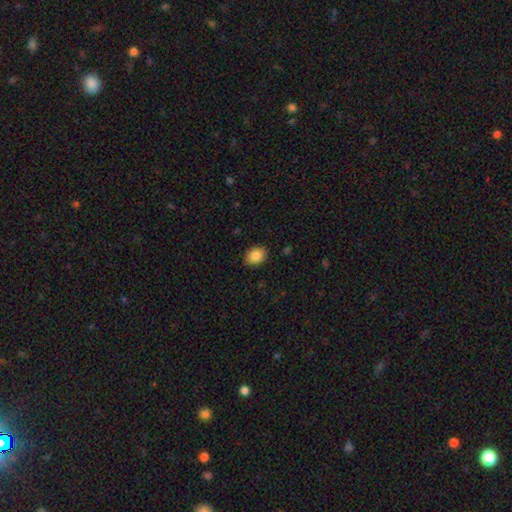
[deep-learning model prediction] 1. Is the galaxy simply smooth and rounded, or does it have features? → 86% smooth, 8% star or artifact, 6% featured or disk.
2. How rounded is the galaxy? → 68% in between, 31% round, 1% cigar-shaped.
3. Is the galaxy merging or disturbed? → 88% none, 9% minor disturbance, 2% major disturbance, 1% merger.